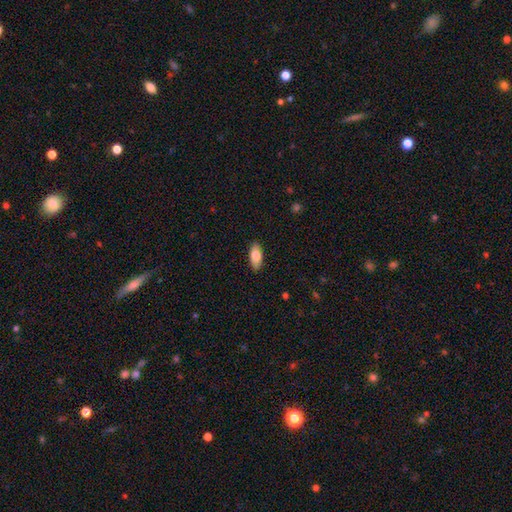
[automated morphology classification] A smooth galaxy with no disk features (82%) that is in between round and cigar-shaped (88%). Merging: none (89%).